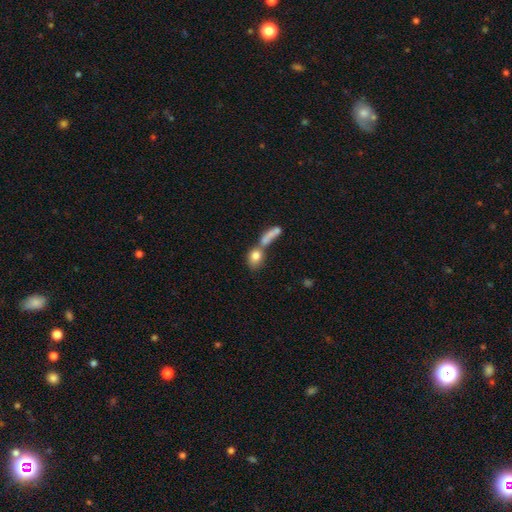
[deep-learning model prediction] A smooth galaxy with no disk features (76%) that is in between round and cigar-shaped (52%).

Vote fractions:
- Smooth or featured? smooth: 76% / featured or disk: 15% / star or artifact: 9%
- How rounded? in between: 52% / round: 39% / cigar-shaped: 10%
- Merging? merger: 54% / none: 29% / minor disturbance: 9% / major disturbance: 8%